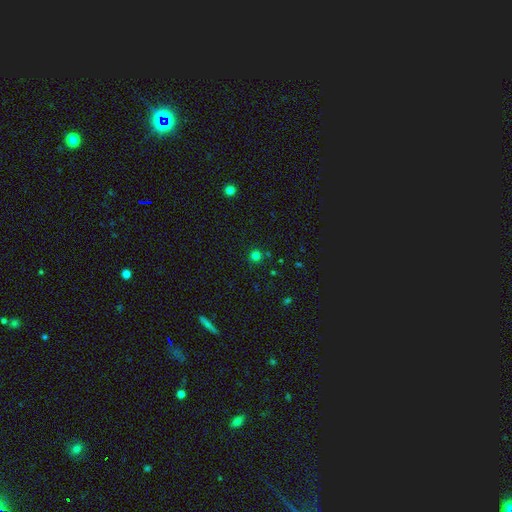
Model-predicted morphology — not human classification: The model was most divided on "smooth or featured": smooth: 75%, star or artifact: 21%, featured or disk: 5%. More confident: how rounded — round (94%); merging — none (86%).